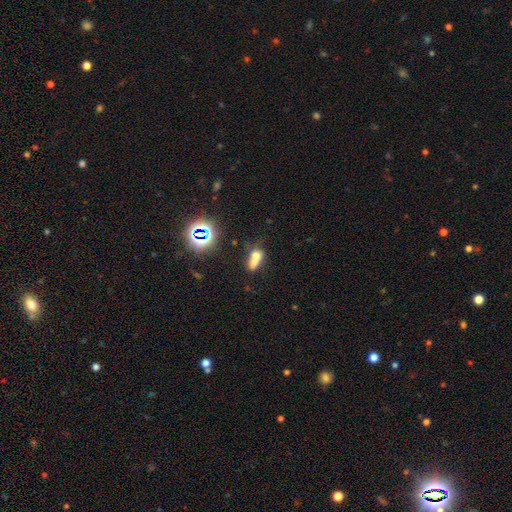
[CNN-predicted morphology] Smooth or featured: smooth — 60% (featured or disk — 23%)
How rounded: in between — 58% (round — 37%)
Merging: merger — 66% (none — 21%)